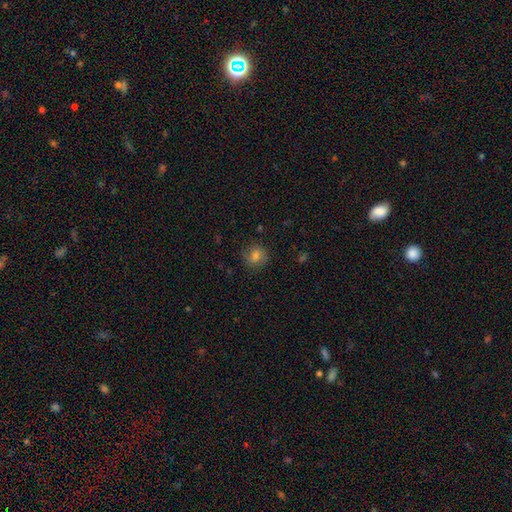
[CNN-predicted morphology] This is likely a smooth galaxy (67%). How rounded: likely round (78%). Merging: clearly none (80%).